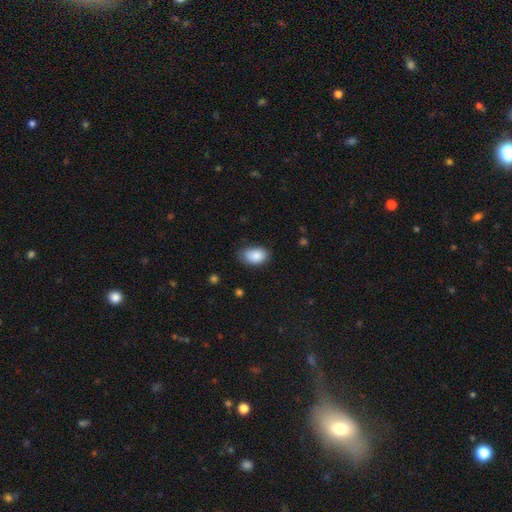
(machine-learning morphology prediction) This appears to be a smooth galaxy with no disk features (87%) that is in between round and cigar-shaped (89%). Merging: none (74%).